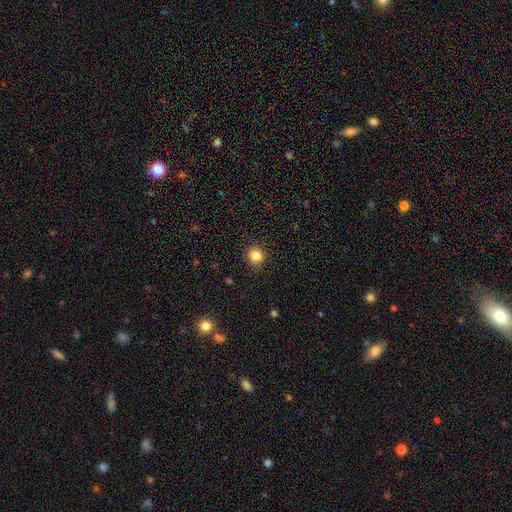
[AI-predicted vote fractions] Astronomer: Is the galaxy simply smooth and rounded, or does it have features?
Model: smooth — 85%.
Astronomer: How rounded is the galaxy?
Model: round — 93%.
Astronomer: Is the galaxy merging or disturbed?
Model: none — 91%.